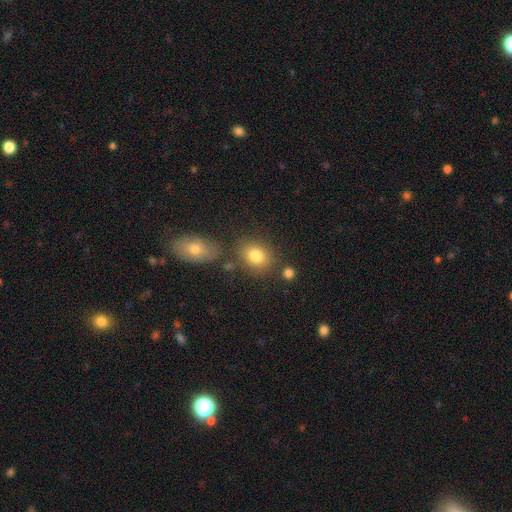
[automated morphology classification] A smooth galaxy with no disk features (81%) that is in between round and cigar-shaped (50%).

Vote fractions:
- Smooth or featured? smooth: 81% / star or artifact: 10% / featured or disk: 9%
- How rounded? in between: 50% / round: 49% / cigar-shaped: 1%
- Merging? none: 73% / minor disturbance: 12% / merger: 11% / major disturbance: 4%